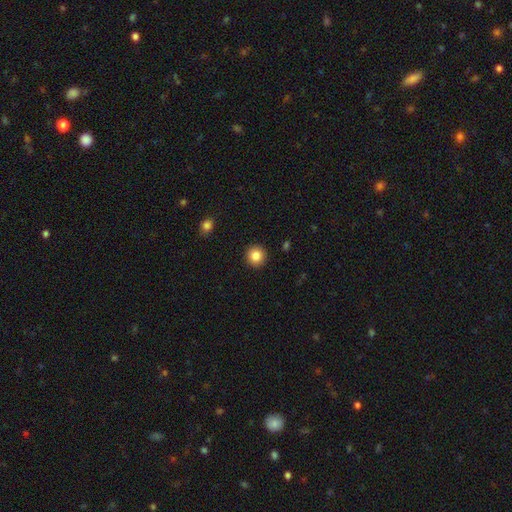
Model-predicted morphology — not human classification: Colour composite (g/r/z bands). It shows a smooth galaxy with no disk features (86%) that is round (94%). Merging: none (92%).